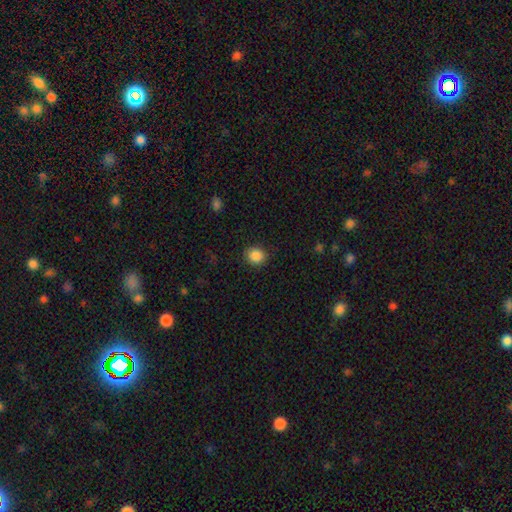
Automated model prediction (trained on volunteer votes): Smooth or featured?
  - smooth: 88% *
  - star or artifact: 9%
  - featured or disk: 3%
How rounded?
  - round: 78% *
  - in between: 21%
  - cigar-shaped: 1%
Merging?
  - none: 89% *
  - minor disturbance: 8%
  - major disturbance: 2%
  - merger: 1%